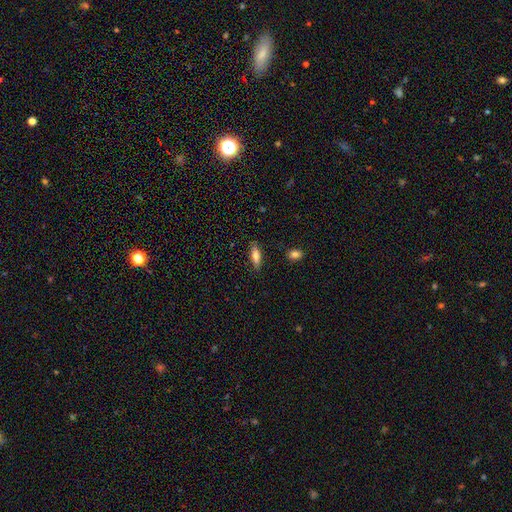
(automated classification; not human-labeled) Q: Smooth or featured?
A: smooth (75%); runner-up: featured or disk (19%)
Q: How rounded?
A: in between (50%); runner-up: cigar-shaped (47%)
Q: Merging?
A: none (84%); runner-up: minor disturbance (12%)